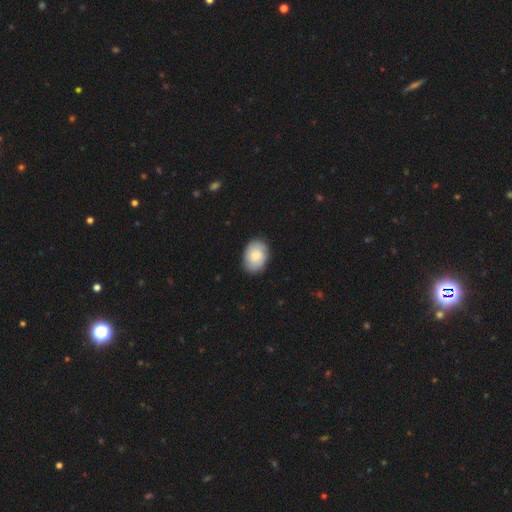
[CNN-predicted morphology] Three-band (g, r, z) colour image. It shows a smooth galaxy with no disk features (79%) that is in between round and cigar-shaped (72%). Merging: none (84%).